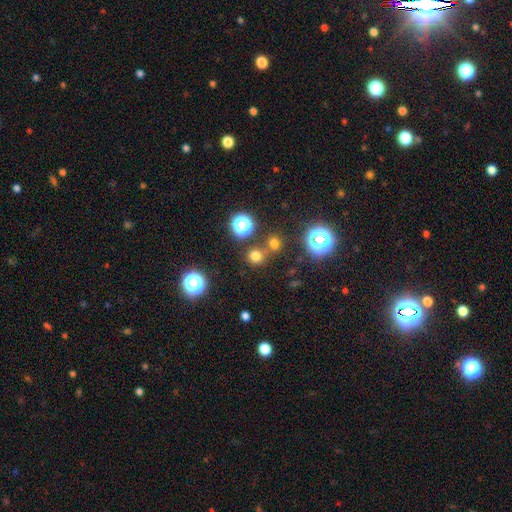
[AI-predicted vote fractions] A smooth galaxy with no disk features (70%) that is round (89%). Merging: none (69%).